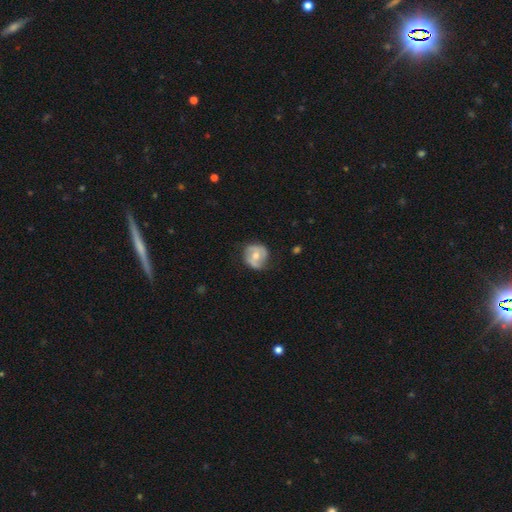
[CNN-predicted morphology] The model was most divided on "smooth or featured": featured or disk: 53%, smooth: 41%, star or artifact: 7%. More confident: edge-on disk — no (96%); merging — none (69%); bulge size — moderate (68%); spiral arms — yes (63%); bar — no (52%).